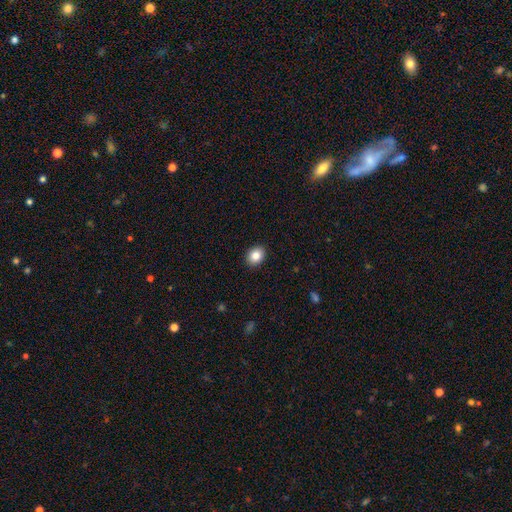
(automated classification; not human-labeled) Smooth or featured? Predicted: smooth (p=0.84). How rounded? Predicted: in between (p=0.51). Merging? Predicted: none (p=0.91).